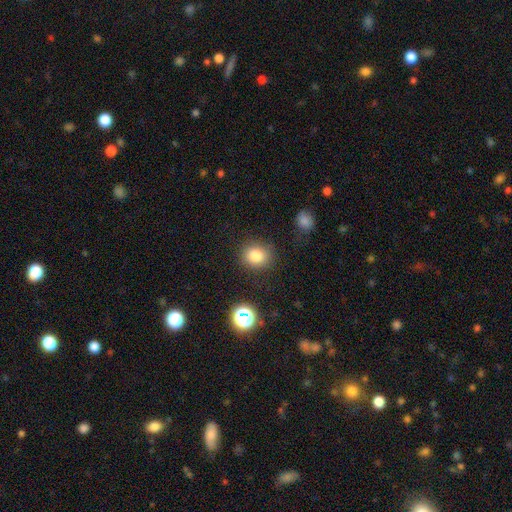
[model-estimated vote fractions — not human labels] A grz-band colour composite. It shows a smooth galaxy with no disk features (82%) that is round (79%). Merging: none (84%).